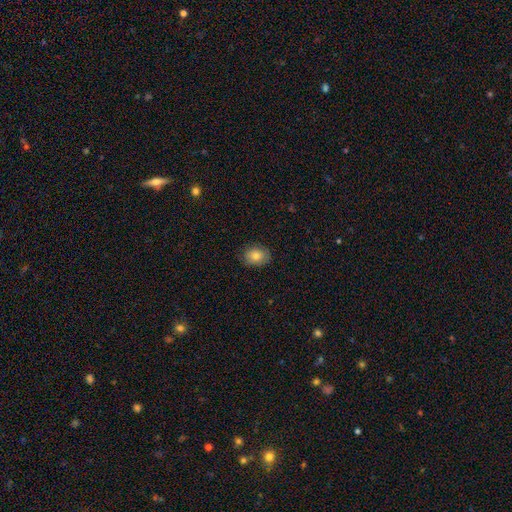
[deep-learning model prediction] smooth_or_featured: smooth (p=0.81) [alt: featured or disk p=0.10]
how_rounded: in between (p=0.62) [alt: round p=0.37]
merging: none (p=0.83) [alt: minor disturbance p=0.13]